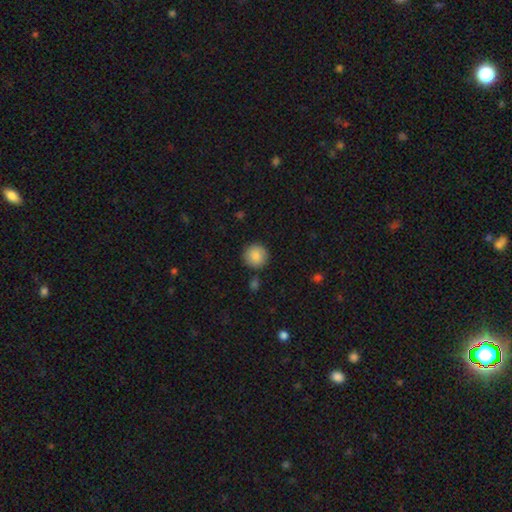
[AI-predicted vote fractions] smooth_or_featured: smooth (p=0.87) [alt: star or artifact p=0.08]
how_rounded: round (p=0.94) [alt: in between p=0.05]
merging: none (p=0.87) [alt: minor disturbance p=0.08]